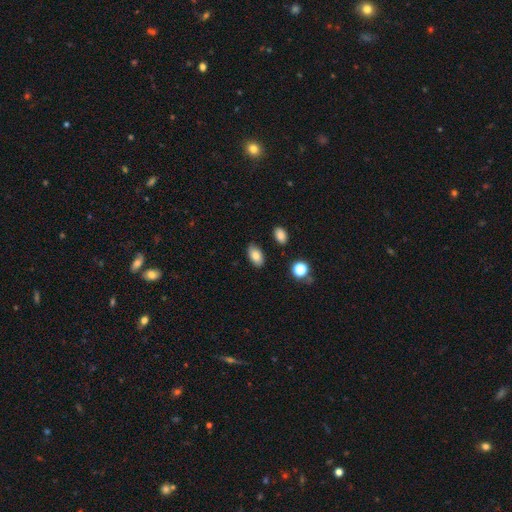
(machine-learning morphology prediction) Smooth or featured?
  - smooth: 82% *
  - star or artifact: 9%
  - featured or disk: 8%
How rounded?
  - in between: 92% *
  - round: 6%
  - cigar-shaped: 2%
Merging?
  - none: 84% *
  - minor disturbance: 11%
  - major disturbance: 3%
  - merger: 2%